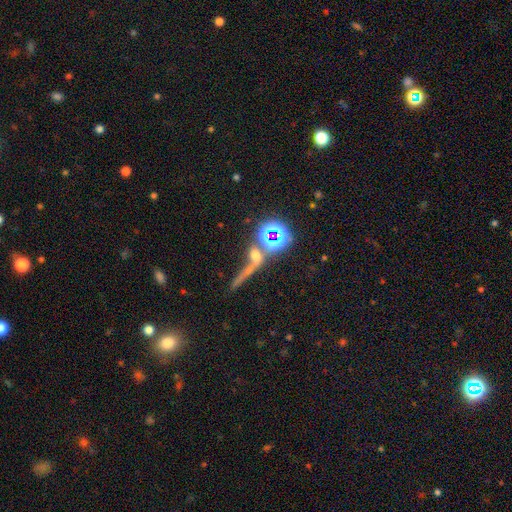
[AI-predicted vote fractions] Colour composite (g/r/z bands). It shows a star or artifact, not a galaxy (43%).